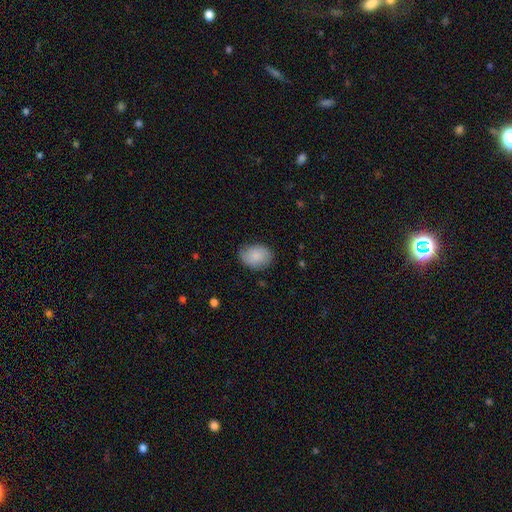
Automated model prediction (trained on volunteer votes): This appears to be a smooth galaxy with no disk features (84%) that is in between round and cigar-shaped (71%). Merging: none (76%).